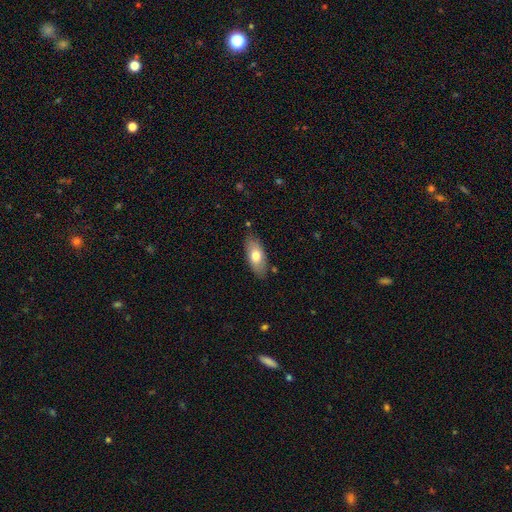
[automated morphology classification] A smooth galaxy with no disk features (72%) that is in between round and cigar-shaped (86%).

Vote fractions:
- Smooth or featured? smooth: 72% / featured or disk: 21% / star or artifact: 6%
- How rounded? in between: 86% / cigar-shaped: 11% / round: 3%
- Merging? none: 82% / minor disturbance: 14% / major disturbance: 3% / merger: 2%